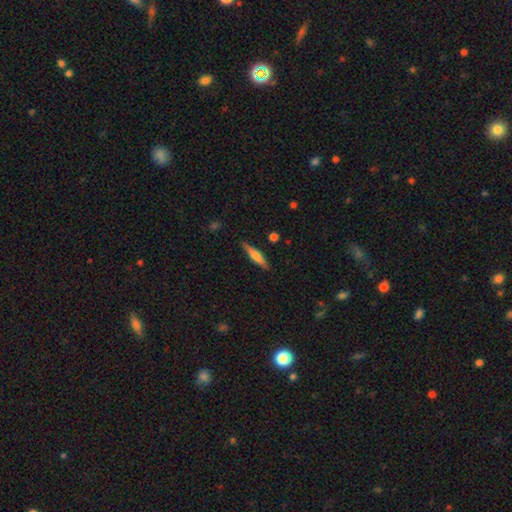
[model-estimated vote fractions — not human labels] Smooth or featured?
  - featured or disk: 49% *
  - smooth: 45%
  - star or artifact: 6%
Merging?
  - none: 87% *
  - minor disturbance: 9%
  - major disturbance: 2%
  - merger: 2%